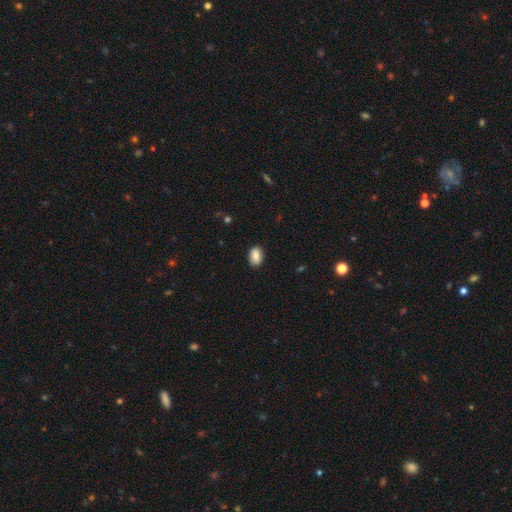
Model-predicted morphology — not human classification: Smooth or featured: smooth — 84% (featured or disk — 8%)
How rounded: in between — 86% (round — 13%)
Merging: none — 87% (minor disturbance — 10%)